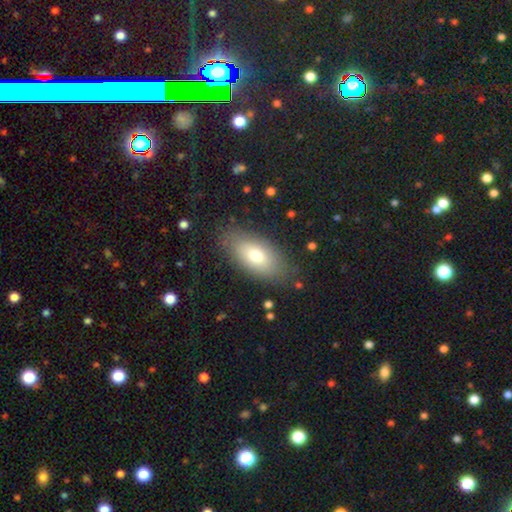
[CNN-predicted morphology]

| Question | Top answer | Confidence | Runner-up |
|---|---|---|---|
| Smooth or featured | smooth | 72% | featured or disk (20%) |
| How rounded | in between | 89% | cigar-shaped (6%) |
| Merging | none | 82% | minor disturbance (13%) |